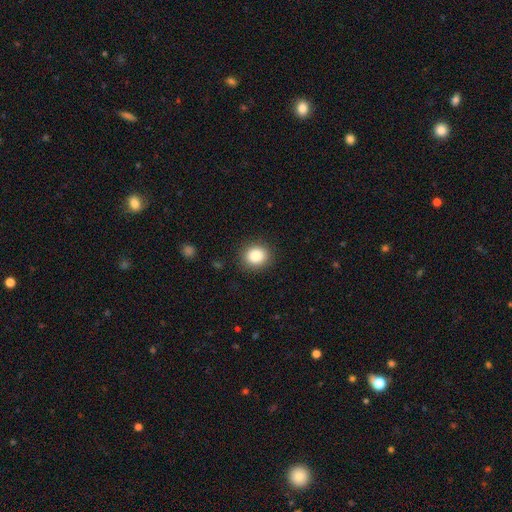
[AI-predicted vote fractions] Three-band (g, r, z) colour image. It shows a smooth galaxy with no disk features (86%) that is round (82%). Merging: none (89%).